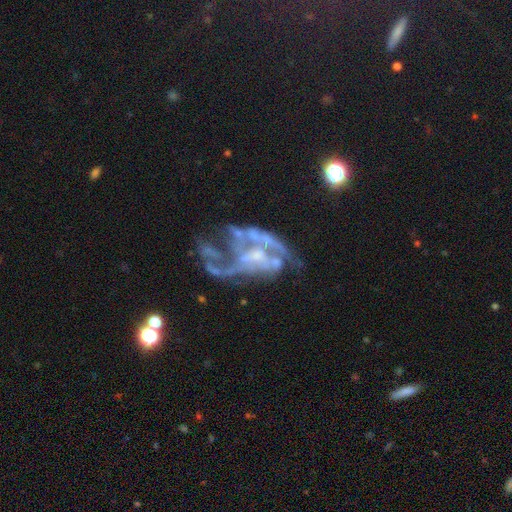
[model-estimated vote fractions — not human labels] Morphology: type=featured or disk (82%); edge-on=no (97%); bar=no (60%); spiral arms=yes (64%); winding=loose (42%); arm count=can't tell (32%); bulge=none (42%); merging=major disturbance (43%).